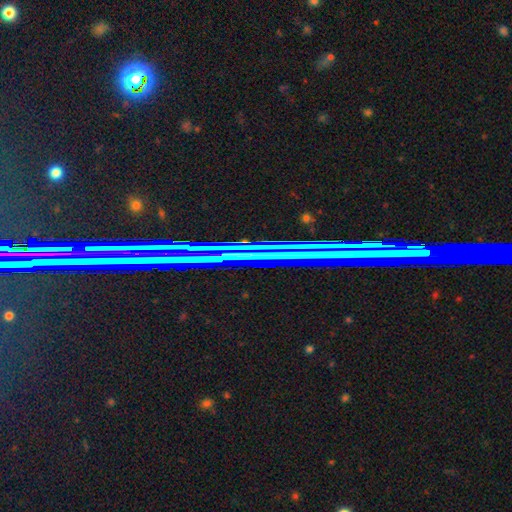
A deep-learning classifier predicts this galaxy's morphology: Overall: star or artifact (77%).